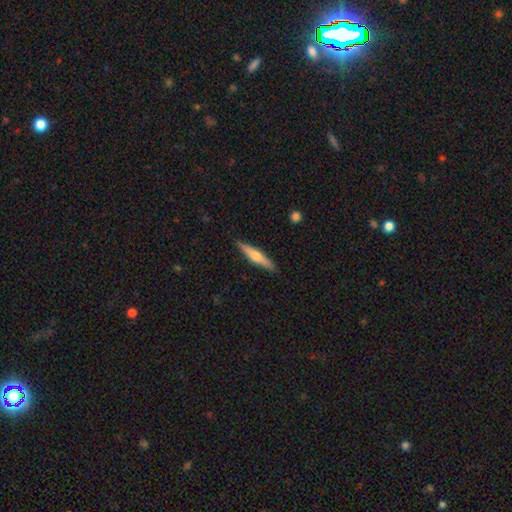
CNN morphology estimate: smooth-or-featured: featured or disk: 51% | smooth: 43% | star or artifact: 6%
  disk-edge-on: yes: 96% | no: 4%
  merging: none: 89% | minor disturbance: 8% | major disturbance: 2% | merger: 1%